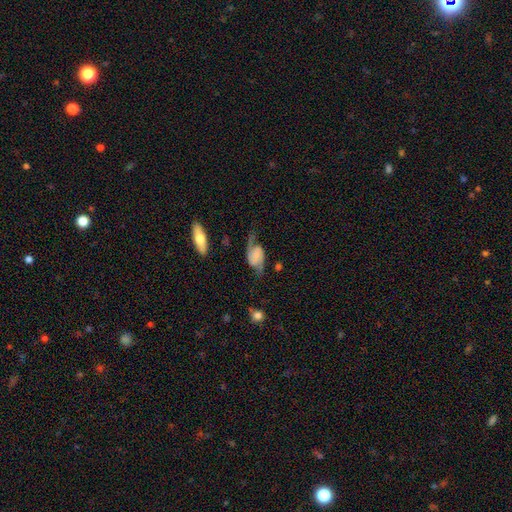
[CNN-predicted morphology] Smooth or featured: featured or disk — 73% (smooth — 19%)
Edge-on disk: no — 95% (yes — 5%)
Bar: no — 61% (weak — 27%)
Spiral arms: yes — 94% (no — 6%)
Spiral winding: loose — 60% (medium — 29%)
Spiral arm count: 2 — 89% (1 — 5%)
Bulge size: none — 56% (small — 16%)
Merging: none — 56% (minor disturbance — 23%)